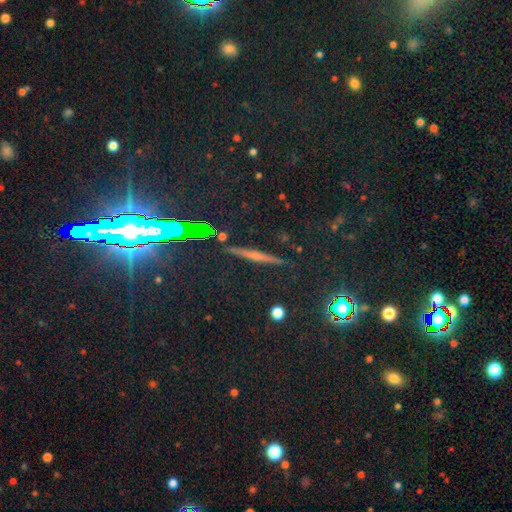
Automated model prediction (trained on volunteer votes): smooth_or_featured: featured or disk (p=0.43) [alt: star or artifact p=0.31]
merging: none (p=0.90) [alt: minor disturbance p=0.07]